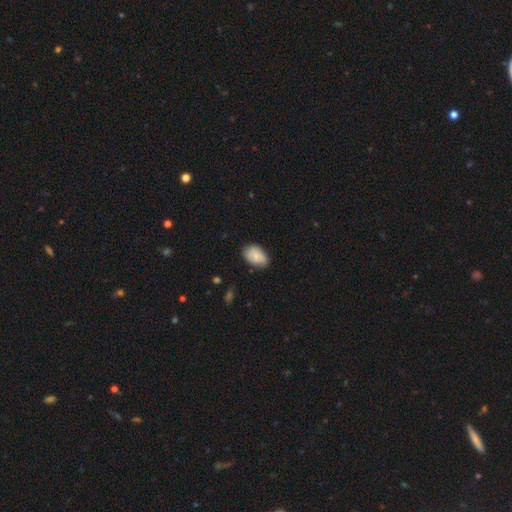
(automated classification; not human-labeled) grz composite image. It shows a smooth galaxy with no disk features (76%) that is in between round and cigar-shaped (86%). Merging: none (65%).